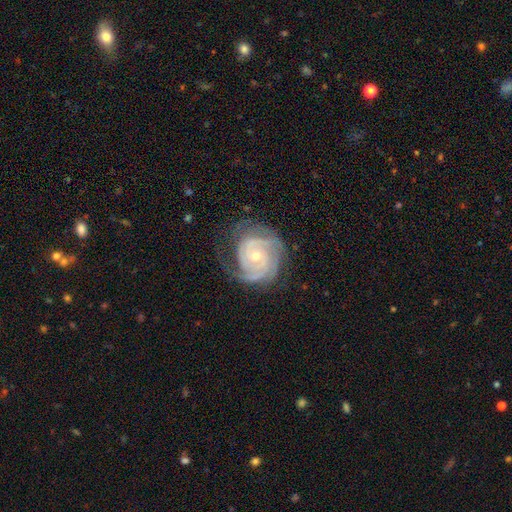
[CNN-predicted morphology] smooth_or_featured: featured or disk (p=0.89) [alt: smooth p=0.05]
disk_edge_on: no (p=0.98) [alt: yes p=0.02]
bar: no (p=0.71) [alt: weak p=0.23]
has_spiral_arms: yes (p=0.98) [alt: no p=0.02]
spiral_winding: tight (p=0.70) [alt: medium p=0.26]
spiral_arm_count: 3 (p=0.33) [alt: 2 p=0.30]
bulge_size: small (p=0.57) [alt: moderate p=0.40]
merging: none (p=0.70) [alt: minor disturbance p=0.20]